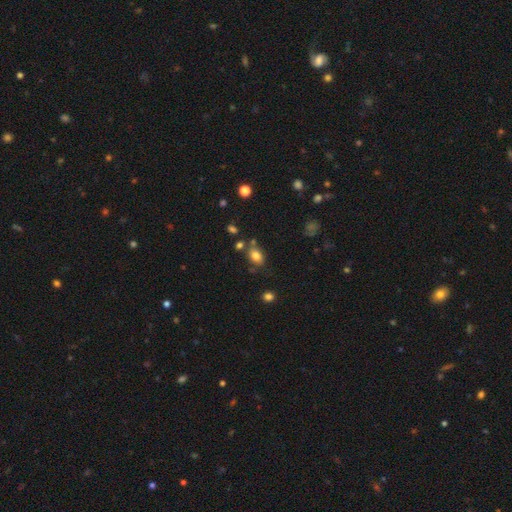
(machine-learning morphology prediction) Overall: smooth (80%). How rounded: in between (81%). Merging: none (67%).